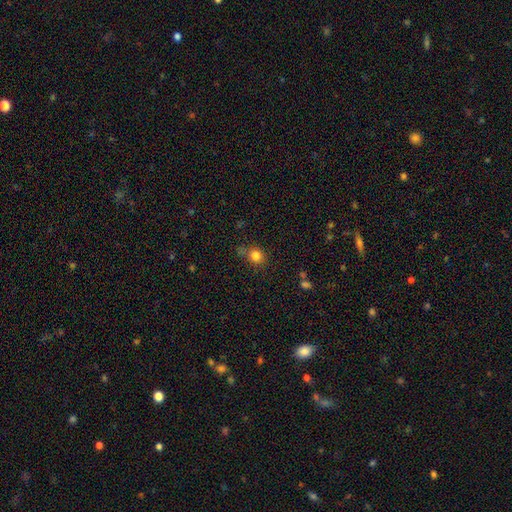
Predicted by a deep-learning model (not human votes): The model was most divided on "merging": none: 66%, minor disturbance: 20%, merger: 8%, major disturbance: 6%. More confident: smooth or featured — smooth (81%); how rounded — round (79%).